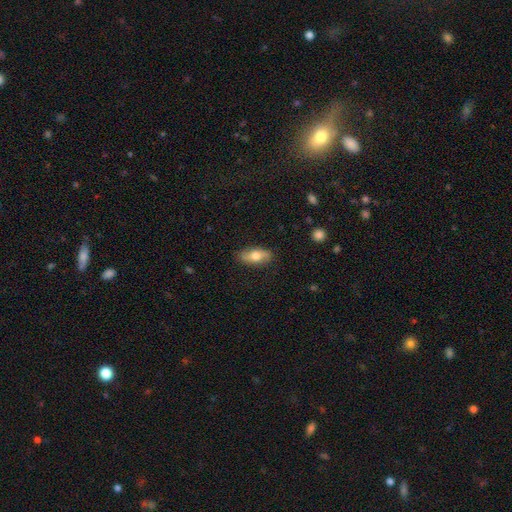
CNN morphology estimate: smooth-or-featured: smooth: 66% | featured or disk: 28% | star or artifact: 6%
  how-rounded: in between: 82% | cigar-shaped: 15% | round: 4%
  merging: none: 84% | minor disturbance: 12% | major disturbance: 2% | merger: 1%